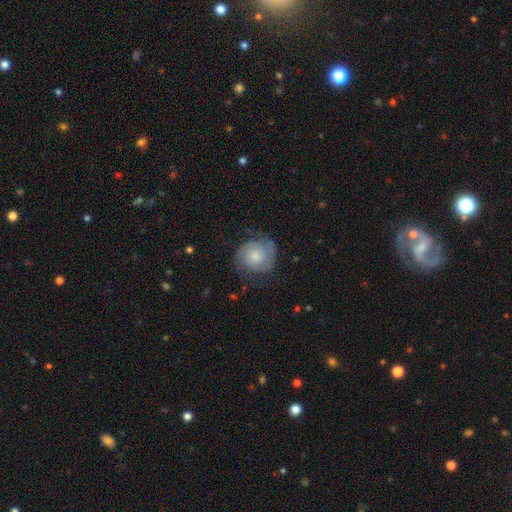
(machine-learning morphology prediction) type=featured or disk (50%); merging=none (70%).